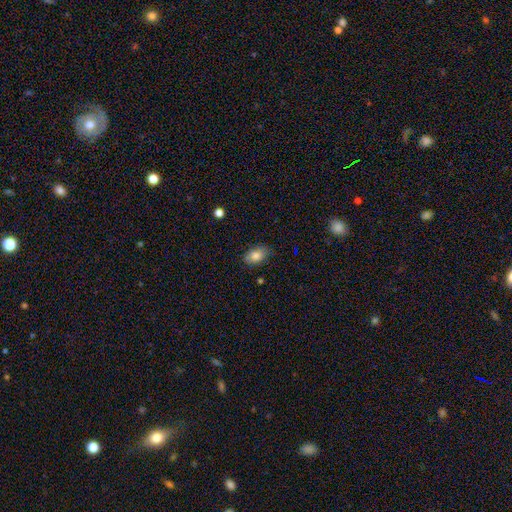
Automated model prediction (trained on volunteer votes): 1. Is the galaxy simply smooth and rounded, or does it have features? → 83% smooth, 9% featured or disk, 8% star or artifact.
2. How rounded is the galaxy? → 89% in between, 8% round, 2% cigar-shaped.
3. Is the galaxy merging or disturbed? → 82% none, 14% minor disturbance, 3% major disturbance, 1% merger.